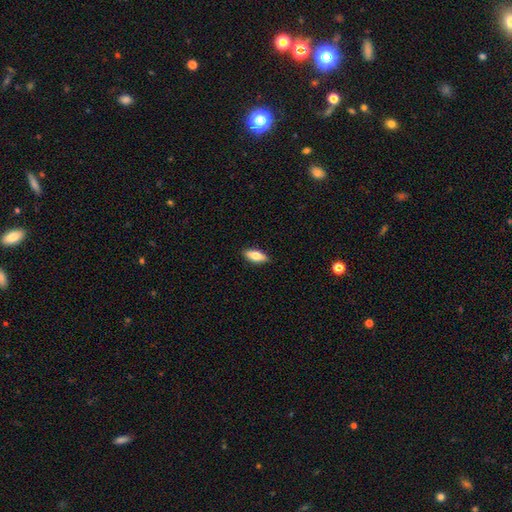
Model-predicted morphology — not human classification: A smooth galaxy with no disk features (74%) that is in between round and cigar-shaped (74%).

Vote fractions:
- Smooth or featured? smooth: 74% / featured or disk: 20% / star or artifact: 6%
- How rounded? in between: 74% / cigar-shaped: 24% / round: 3%
- Merging? none: 89% / minor disturbance: 8% / major disturbance: 2% / merger: 1%